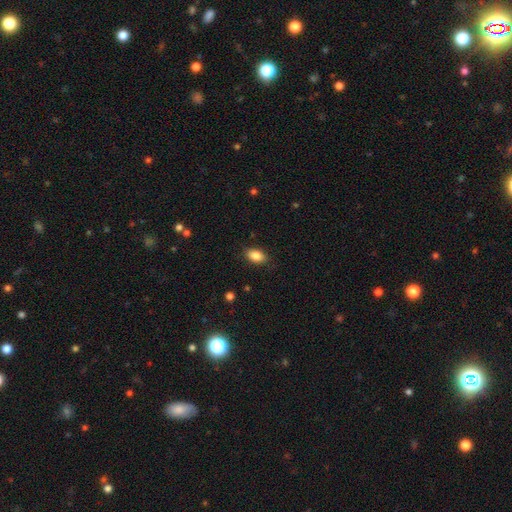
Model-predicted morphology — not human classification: smooth_or_featured: smooth (p=0.86) [alt: star or artifact p=0.08]
how_rounded: in between (p=0.90) [alt: round p=0.07]
merging: none (p=0.86) [alt: minor disturbance p=0.11]